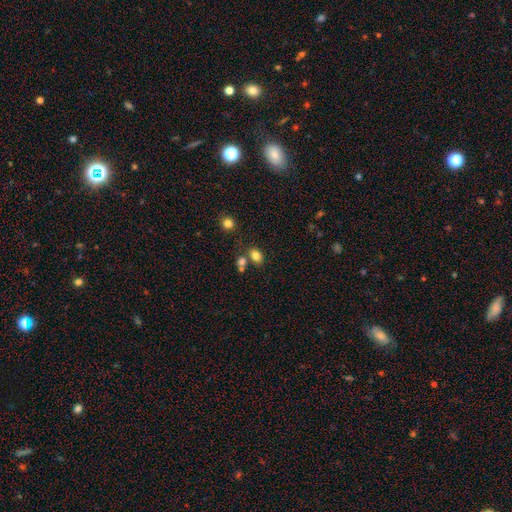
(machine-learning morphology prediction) A smooth galaxy with no disk features (82%) that is in between round and cigar-shaped (71%).

Vote fractions:
- Smooth or featured? smooth: 82% / star or artifact: 11% / featured or disk: 7%
- How rounded? in between: 71% / round: 27% / cigar-shaped: 1%
- Merging? none: 64% / merger: 20% / minor disturbance: 12% / major disturbance: 4%